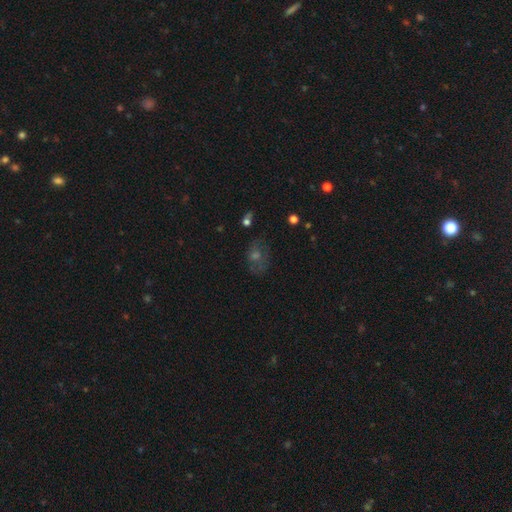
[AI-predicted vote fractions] Overall: smooth (41%; featured or disk 30%). Merging: none (63%).